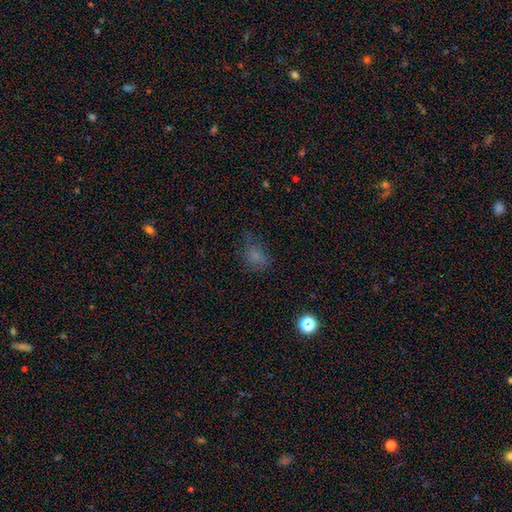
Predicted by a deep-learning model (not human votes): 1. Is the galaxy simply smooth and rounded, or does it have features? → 67% smooth, 21% star or artifact, 12% featured or disk.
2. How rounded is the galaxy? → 65% in between, 33% round, 2% cigar-shaped.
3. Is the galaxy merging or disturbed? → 55% none, 27% minor disturbance, 16% major disturbance, 2% merger.